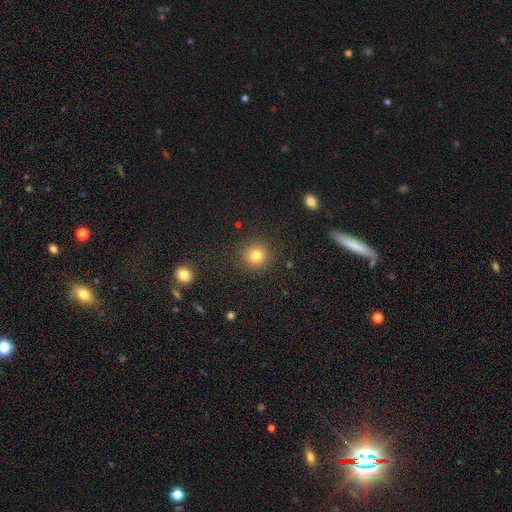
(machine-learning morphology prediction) This is clearly a smooth galaxy (80%). How rounded: clearly round (94%). Merging: clearly none (90%).